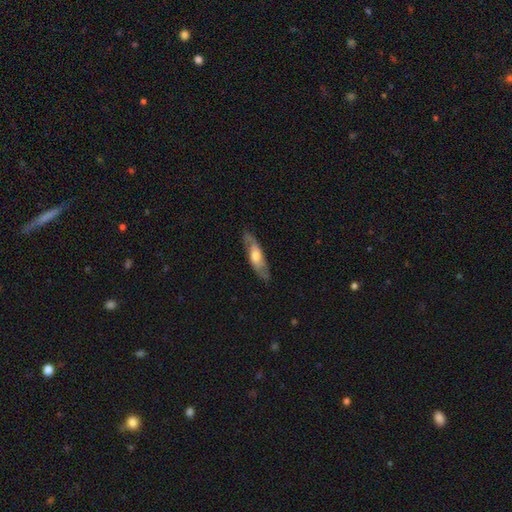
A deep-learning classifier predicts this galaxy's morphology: Q: Smooth or featured?
A: featured or disk (57%); runner-up: smooth (38%)
Q: Edge-on disk?
A: no (63%); runner-up: yes (37%)
Q: Merging?
A: none (81%); runner-up: minor disturbance (14%)